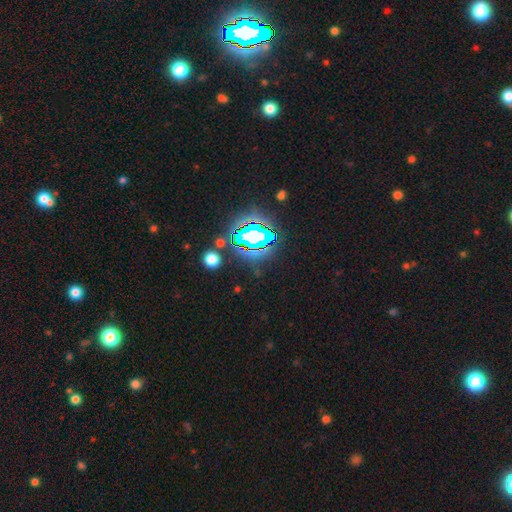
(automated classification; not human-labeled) Morphology: type=star or artifact (83%).